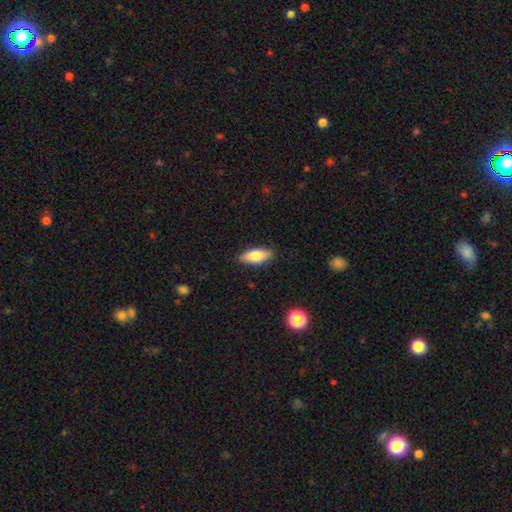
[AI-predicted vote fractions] The model was most divided on "how rounded": in between: 80%, cigar-shaped: 18%, round: 2%. More confident: merging — none (88%); smooth or featured — smooth (79%).